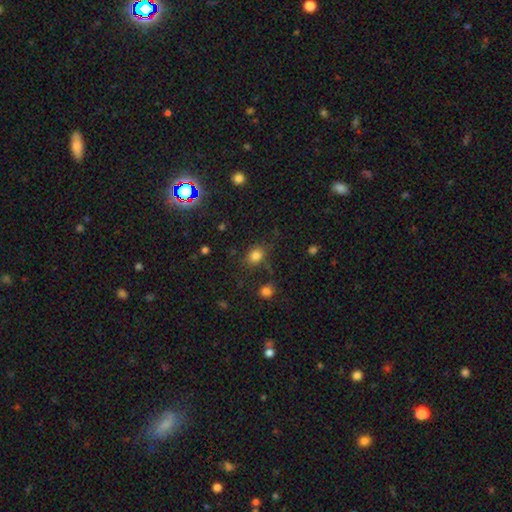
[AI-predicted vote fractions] This is likely a smooth galaxy (80%). How rounded: possibly round (52%). Merging: likely none (74%).